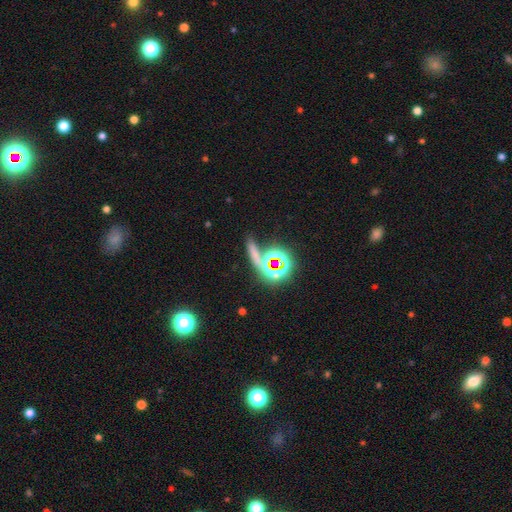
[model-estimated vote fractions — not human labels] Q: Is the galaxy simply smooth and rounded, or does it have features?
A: star or artifact — 47%.